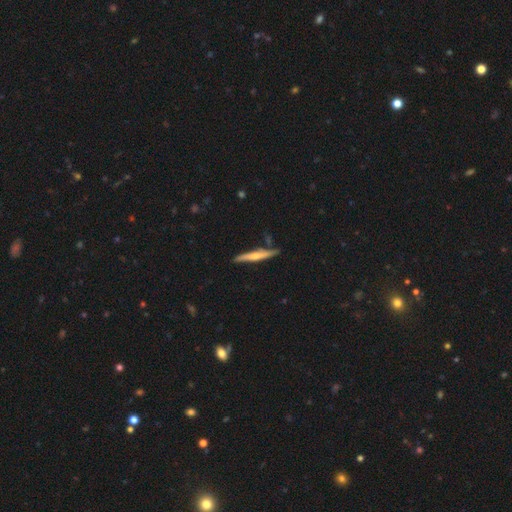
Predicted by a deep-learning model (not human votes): A featured or disk galaxy (53%) viewed edge-on (95%) with a rounded central bulge (61%). Merging: none (79%).